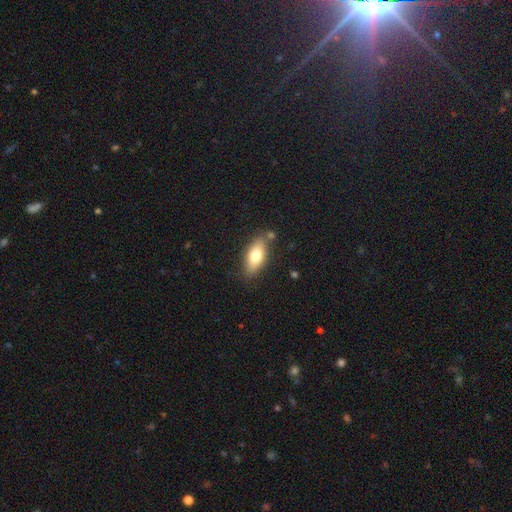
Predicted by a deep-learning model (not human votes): This appears to be a smooth galaxy with no disk features (72%) that is in between round and cigar-shaped (82%). Merging: none (79%).